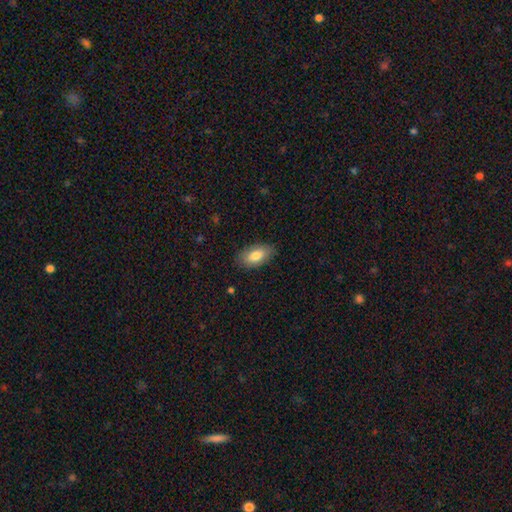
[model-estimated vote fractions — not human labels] Morphology: type=smooth (82%); roundness=in between (92%); merging=none (85%).